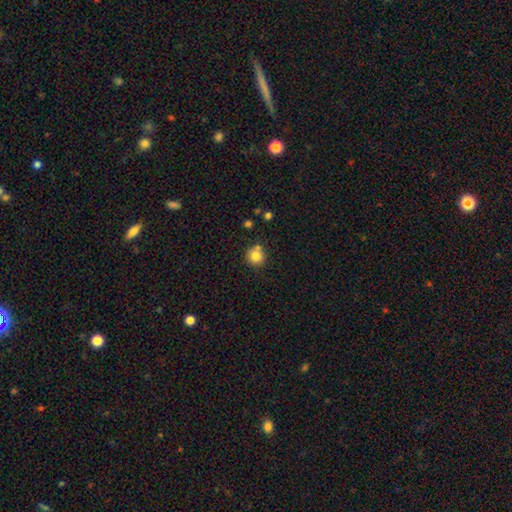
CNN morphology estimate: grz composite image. It shows a smooth galaxy with no disk features (82%) that is round (92%). Merging: none (72%).